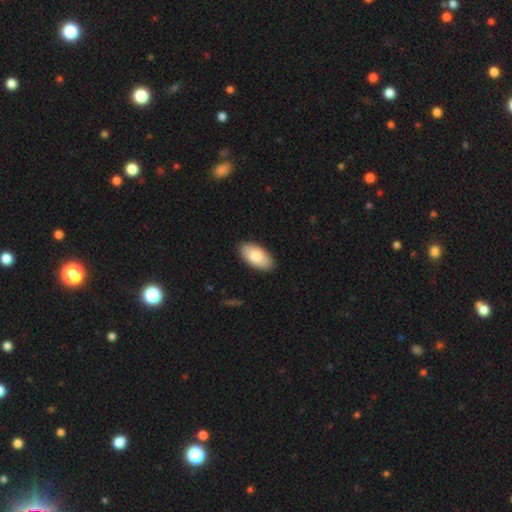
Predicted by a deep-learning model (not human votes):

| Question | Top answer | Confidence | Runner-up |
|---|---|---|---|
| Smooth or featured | smooth | 79% | featured or disk (16%) |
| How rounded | in between | 95% | cigar-shaped (3%) |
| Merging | none | 89% | minor disturbance (8%) |